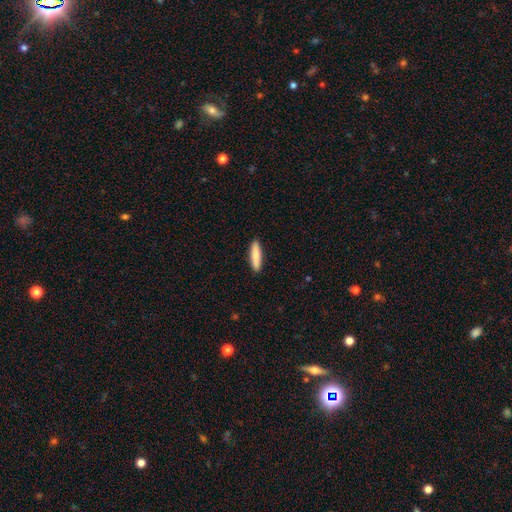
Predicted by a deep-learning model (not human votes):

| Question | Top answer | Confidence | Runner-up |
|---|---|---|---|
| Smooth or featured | smooth | 85% | featured or disk (9%) |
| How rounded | cigar-shaped | 79% | in between (20%) |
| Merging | none | 91% | minor disturbance (7%) |